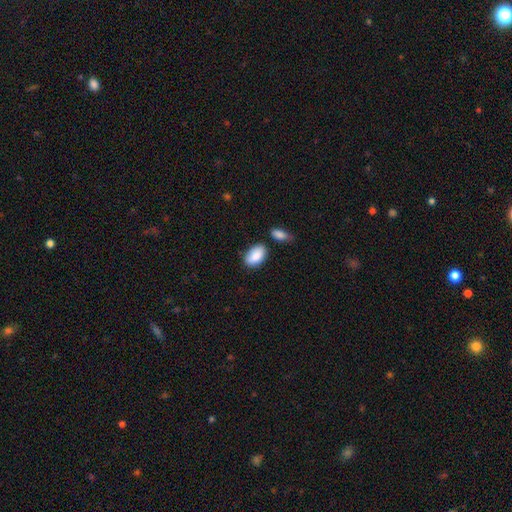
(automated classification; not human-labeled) Overall: smooth (88%). How rounded: in between (93%). Merging: none (71%).